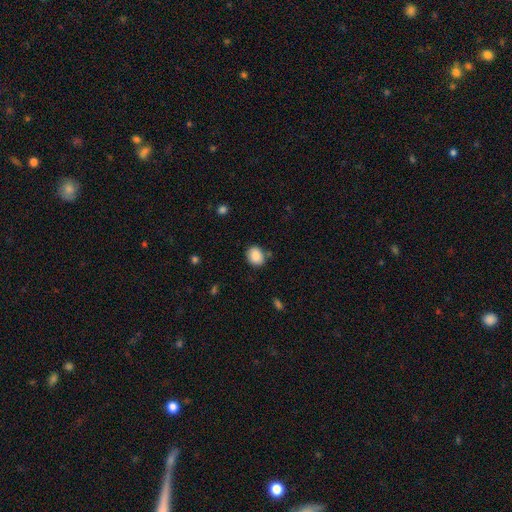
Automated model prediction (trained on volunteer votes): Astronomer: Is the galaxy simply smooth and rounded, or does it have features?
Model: smooth — 88%.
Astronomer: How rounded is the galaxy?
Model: round — 51% (runner-up: in between, 48%).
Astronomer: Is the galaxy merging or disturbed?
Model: none — 75%.